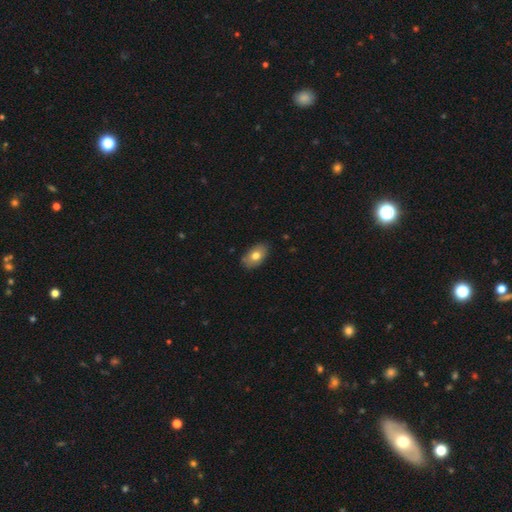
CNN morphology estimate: Smooth or featured?
  - smooth: 74% *
  - featured or disk: 19%
  - star or artifact: 7%
How rounded?
  - in between: 91% *
  - round: 8%
  - cigar-shaped: 2%
Merging?
  - none: 83% *
  - minor disturbance: 14%
  - major disturbance: 2%
  - merger: 1%